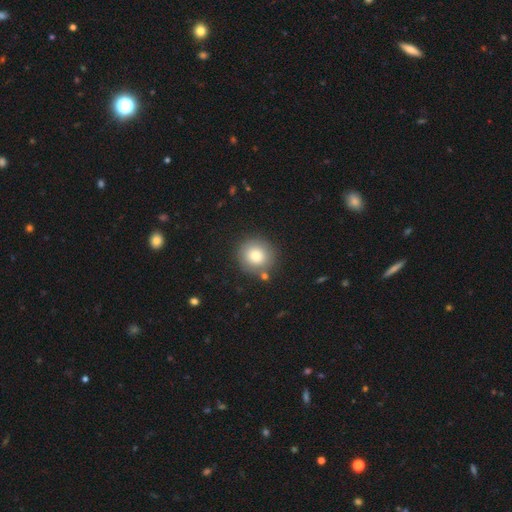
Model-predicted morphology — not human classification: This appears to be a smooth galaxy with no disk features (79%) that is round (92%). Merging: none (83%).